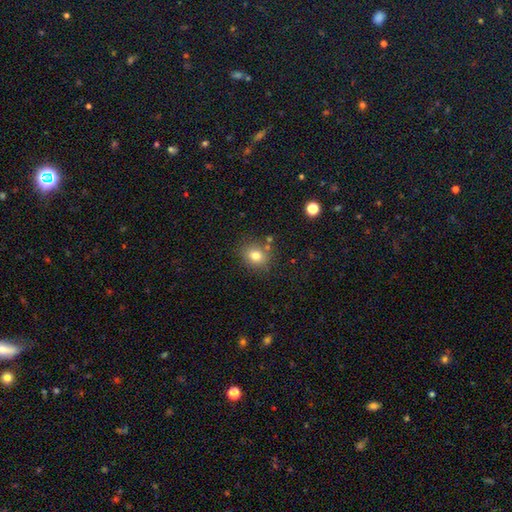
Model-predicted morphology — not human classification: smooth 78%, star or artifact 12%, featured or disk 9%. Down the decision tree: how rounded — round (65%); merging — none (78%).